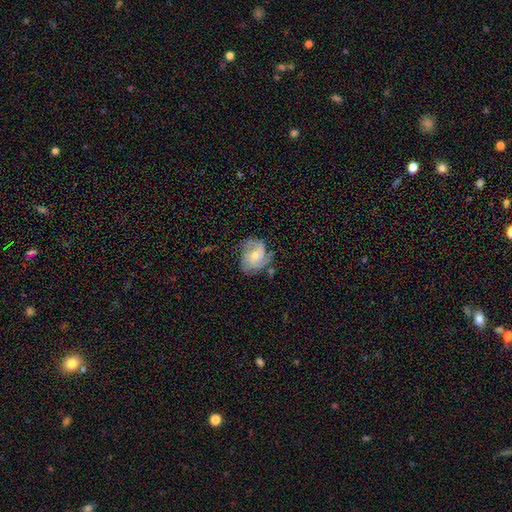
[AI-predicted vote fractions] Morphology: type=featured or disk (66%); edge-on=no (97%); bar=no (57%); spiral arms=yes (87%); winding=medium (41%); arm count=2 (37%); bulge=moderate (47%, tied with small); merging=none (54%).